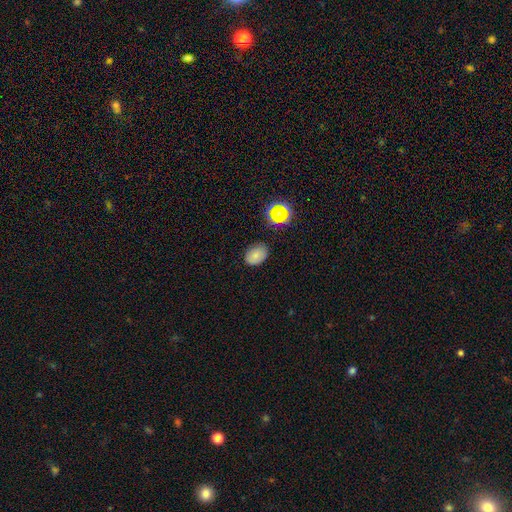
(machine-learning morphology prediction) smooth_or_featured: smooth (p=0.75) [alt: featured or disk p=0.14]
how_rounded: in between (p=0.78) [alt: round p=0.21]
merging: none (p=0.76) [alt: minor disturbance p=0.17]